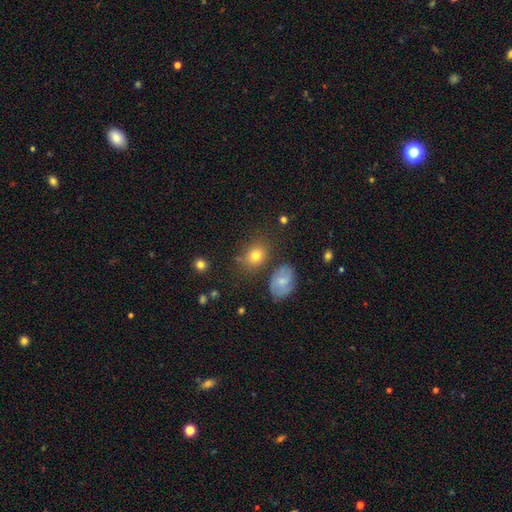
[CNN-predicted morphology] smooth_or_featured: smooth (p=0.76) [alt: featured or disk p=0.13]
how_rounded: in between (p=0.51) [alt: round p=0.48]
merging: none (p=0.70) [alt: minor disturbance p=0.16]